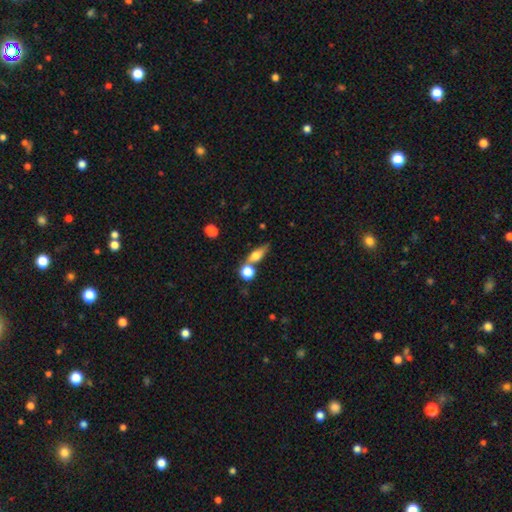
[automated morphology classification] smooth_or_featured: smooth (p=0.61) [alt: featured or disk p=0.28]
how_rounded: in between (p=0.52) [alt: cigar-shaped p=0.32]
merging: none (p=0.53) [alt: merger p=0.27]